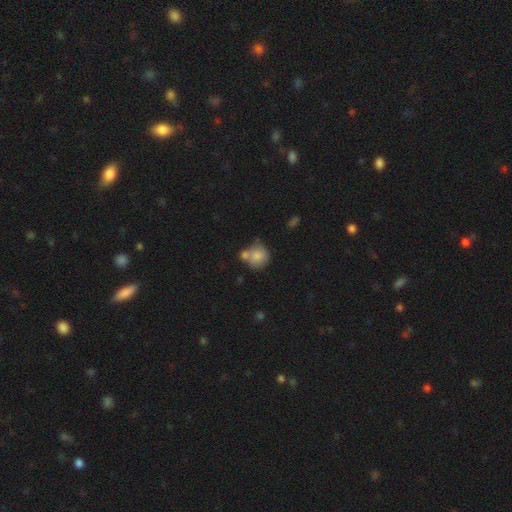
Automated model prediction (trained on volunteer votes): smooth 80%, featured or disk 11%, star or artifact 8%. Down the decision tree: how rounded — round (86%); merging — none (49%).